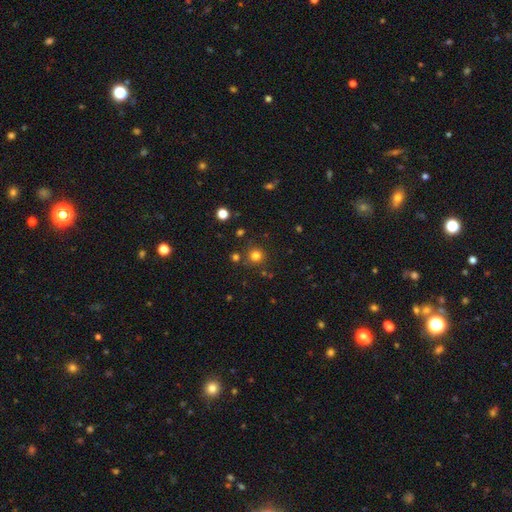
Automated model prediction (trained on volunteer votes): Overall: smooth (78%). How rounded: round (94%). Merging: none (83%).